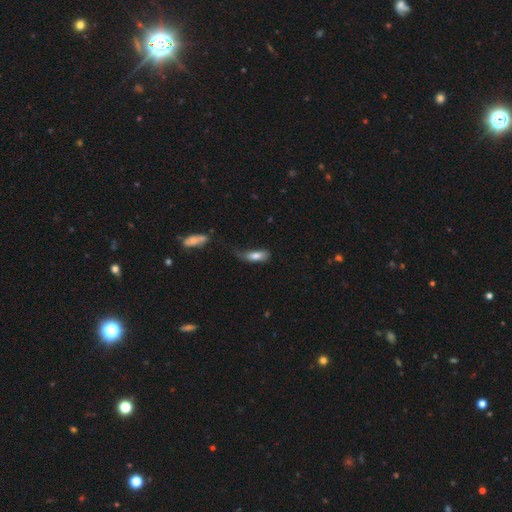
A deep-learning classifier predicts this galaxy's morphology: A smooth galaxy with no disk features (75%) that is in between round and cigar-shaped (71%).

Vote fractions:
- Smooth or featured? smooth: 75% / featured or disk: 18% / star or artifact: 7%
- How rounded? in between: 71% / cigar-shaped: 26% / round: 3%
- Merging? minor disturbance: 35% / none: 32% / major disturbance: 28% / merger: 5%